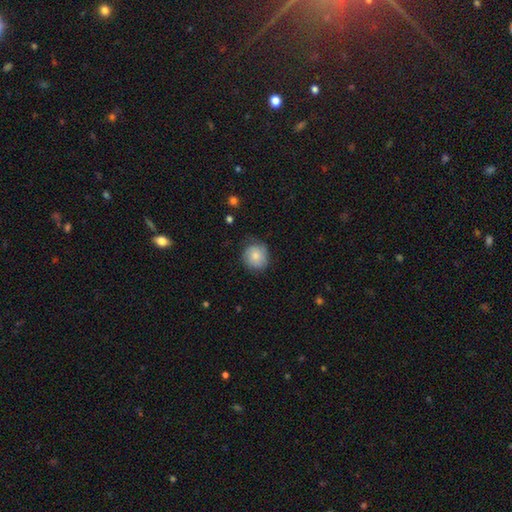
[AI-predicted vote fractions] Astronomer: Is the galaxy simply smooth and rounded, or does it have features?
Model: smooth — 76%.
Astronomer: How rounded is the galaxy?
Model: round — 86%.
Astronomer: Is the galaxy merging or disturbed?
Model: none — 70%.